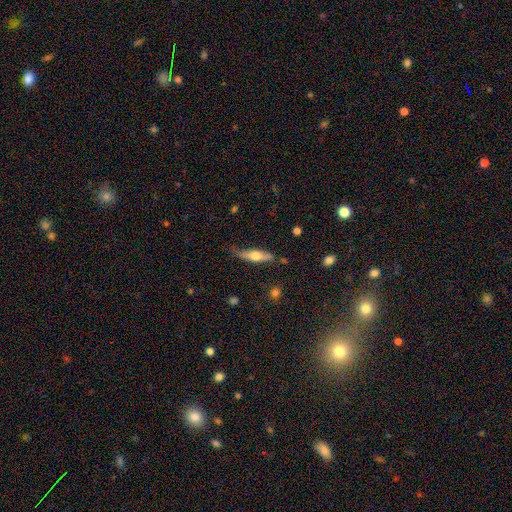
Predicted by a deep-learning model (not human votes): smooth 48%, featured or disk 46%, star or artifact 6%. Down the decision tree: merging — none (63%).